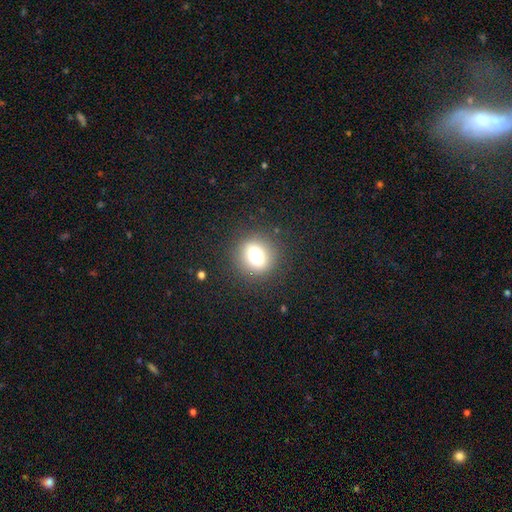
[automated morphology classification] Smooth or featured?
  - smooth: 74% *
  - featured or disk: 14%
  - star or artifact: 12%
How rounded?
  - round: 69% *
  - in between: 29%
  - cigar-shaped: 2%
Merging?
  - none: 86% *
  - minor disturbance: 9%
  - major disturbance: 4%
  - merger: 1%